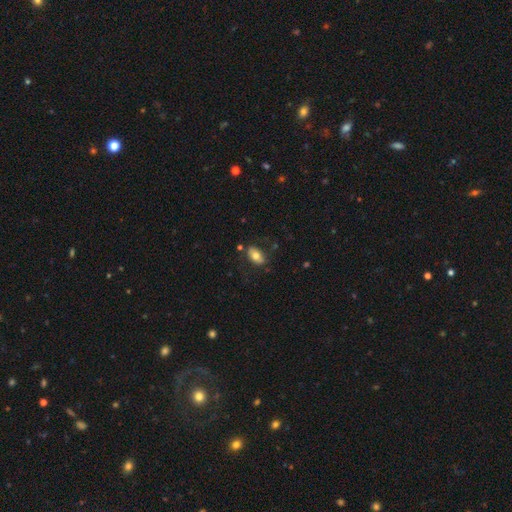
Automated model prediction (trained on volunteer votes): smooth 72%, featured or disk 21%, star or artifact 7%. Down the decision tree: how rounded — in between (91%); merging — none (74%).